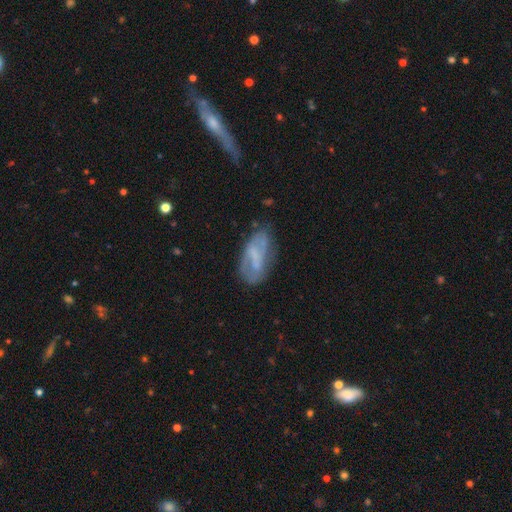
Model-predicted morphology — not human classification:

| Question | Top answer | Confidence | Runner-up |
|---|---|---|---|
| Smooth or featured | featured or disk | 52% | smooth (39%) |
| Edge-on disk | no | 91% | yes (9%) |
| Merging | none | 55% | minor disturbance (27%) |